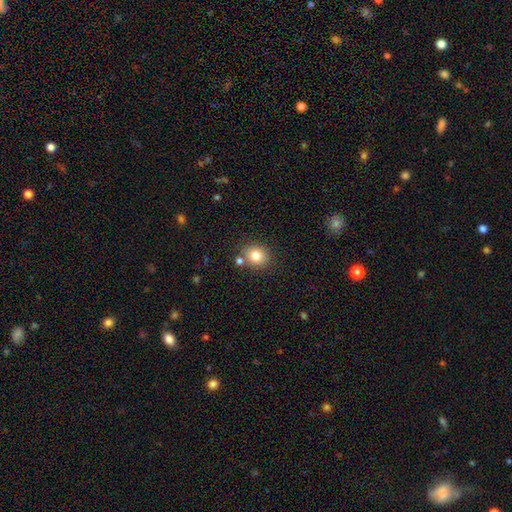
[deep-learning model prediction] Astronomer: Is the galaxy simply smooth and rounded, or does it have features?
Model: smooth — 82%.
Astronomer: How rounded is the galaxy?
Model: round — 77%.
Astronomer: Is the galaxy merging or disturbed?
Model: none — 79%.